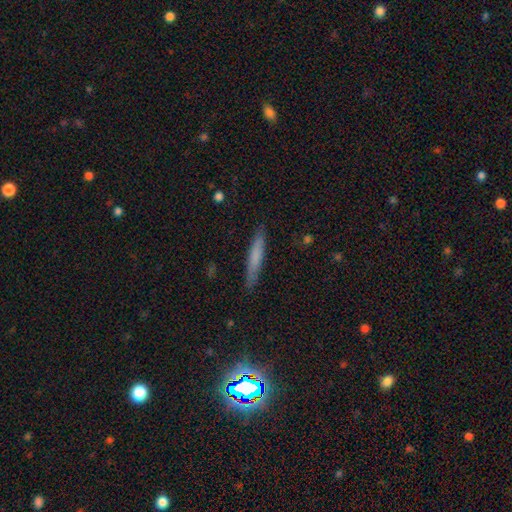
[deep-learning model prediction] A smooth galaxy with no disk features (67%) that is cigar-shaped (94%). Merging: none (88%).